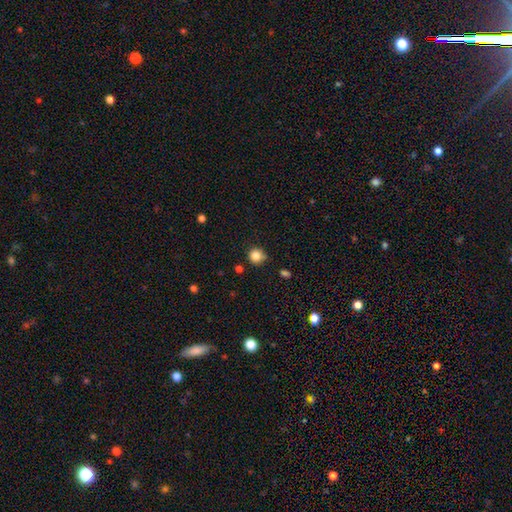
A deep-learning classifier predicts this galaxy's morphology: Smooth or featured: smooth — 83% (star or artifact — 11%)
How rounded: round — 92% (in between — 7%)
Merging: none — 78% (minor disturbance — 16%)